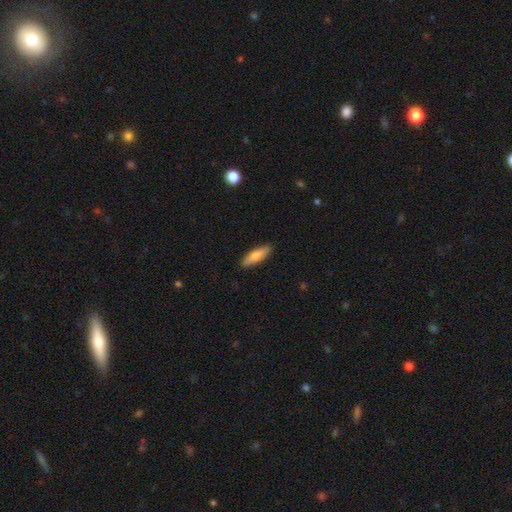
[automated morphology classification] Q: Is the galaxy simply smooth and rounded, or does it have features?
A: smooth — 75%.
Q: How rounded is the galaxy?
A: cigar-shaped — 58%.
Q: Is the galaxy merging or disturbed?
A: none — 89%.